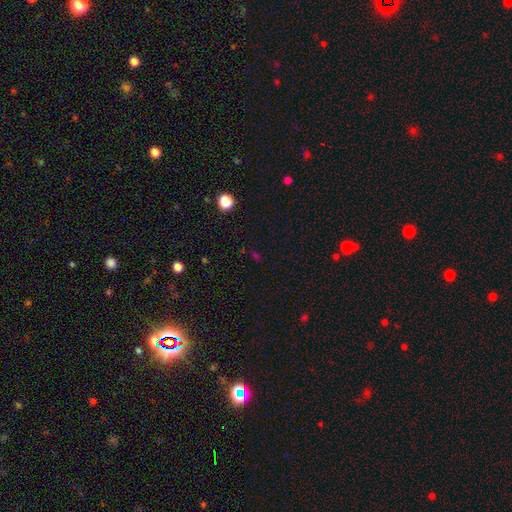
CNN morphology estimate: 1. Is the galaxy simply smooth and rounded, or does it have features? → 56% star or artifact, 36% smooth, 7% featured or disk.